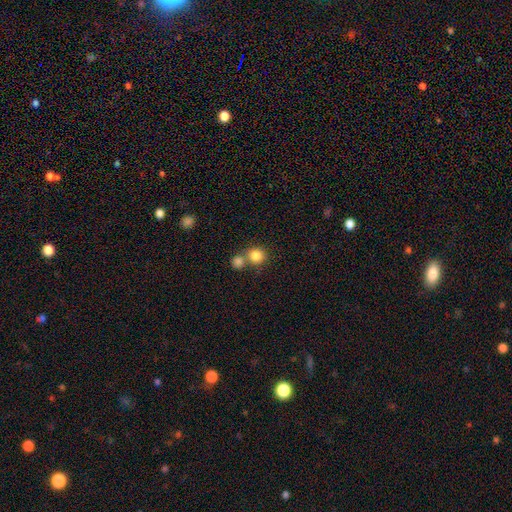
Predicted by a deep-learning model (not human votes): Overall: smooth (83%). How rounded: round (89%). Merging: none (54%; merger 37%).